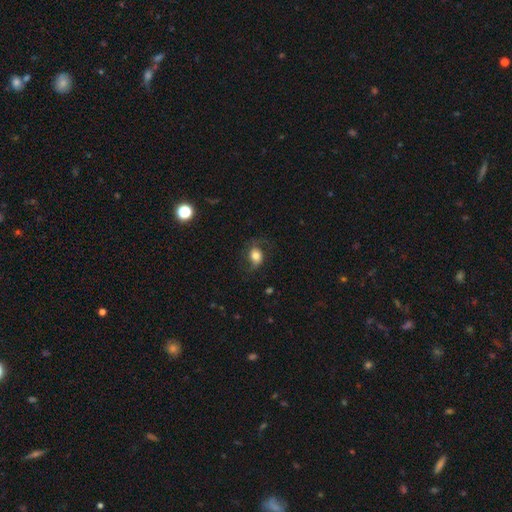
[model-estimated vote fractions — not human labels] Smooth or featured?
  - smooth: 52% *
  - featured or disk: 38%
  - star or artifact: 10%
How rounded?
  - in between: 54% *
  - round: 44%
  - cigar-shaped: 2%
Merging?
  - none: 62% *
  - minor disturbance: 20%
  - major disturbance: 16%
  - merger: 1%